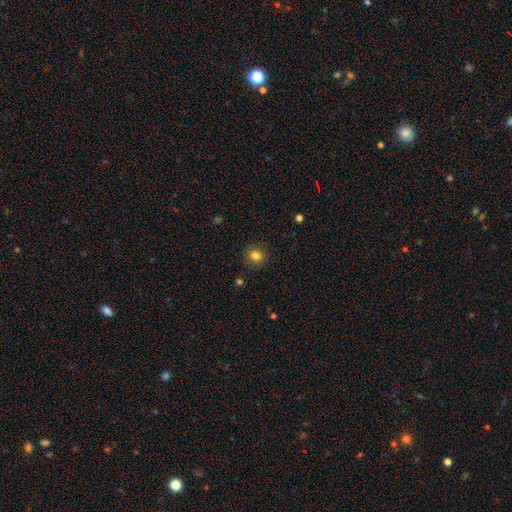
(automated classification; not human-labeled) Morphology: type=smooth (82%); roundness=round (79%); merging=none (88%).